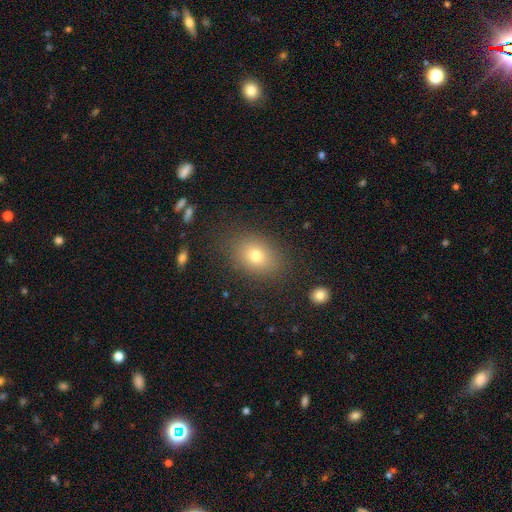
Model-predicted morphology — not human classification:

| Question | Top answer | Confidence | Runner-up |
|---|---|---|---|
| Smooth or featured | smooth | 74% | featured or disk (13%) |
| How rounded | in between | 71% | round (27%) |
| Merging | none | 83% | minor disturbance (11%) |